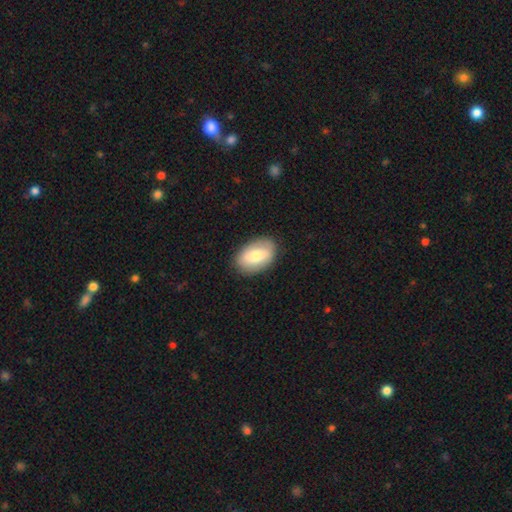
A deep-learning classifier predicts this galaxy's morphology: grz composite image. It shows a smooth galaxy with no disk features (67%) that is in between round and cigar-shaped (88%). Merging: none (85%).